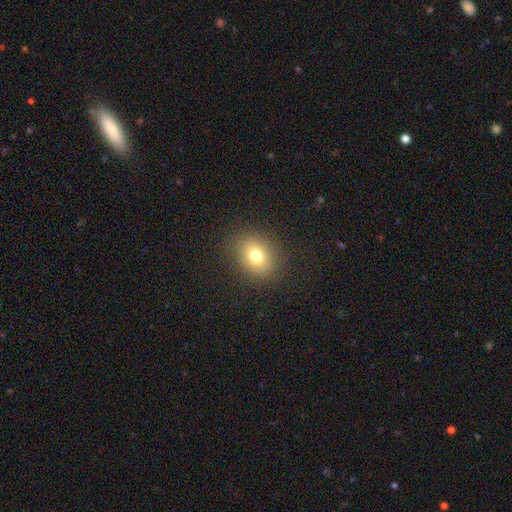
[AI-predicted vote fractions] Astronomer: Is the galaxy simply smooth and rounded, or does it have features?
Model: smooth — 75%.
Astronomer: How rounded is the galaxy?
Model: round — 51% (runner-up: in between, 48%).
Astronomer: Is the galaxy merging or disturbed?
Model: none — 87%.